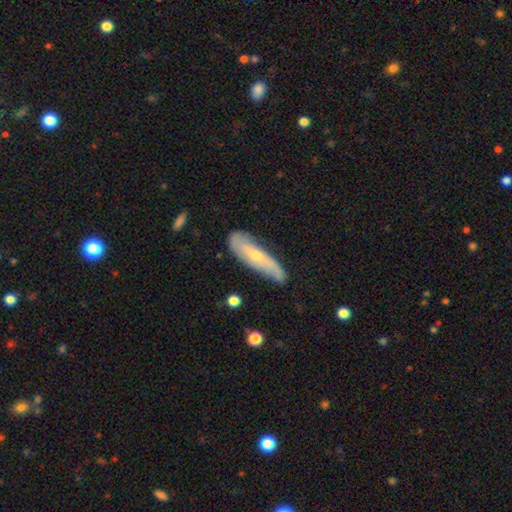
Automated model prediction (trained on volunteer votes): smooth_or_featured: featured or disk (p=0.54) [alt: smooth p=0.39]
disk_edge_on: no (p=0.61) [alt: yes p=0.39]
merging: none (p=0.65) [alt: minor disturbance p=0.27]